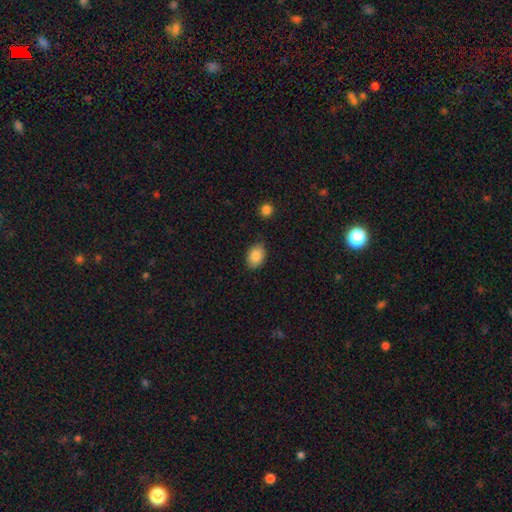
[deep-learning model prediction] Smooth or featured: smooth — 86% (star or artifact — 8%)
How rounded: in between — 77% (round — 22%)
Merging: none — 78% (minor disturbance — 16%)